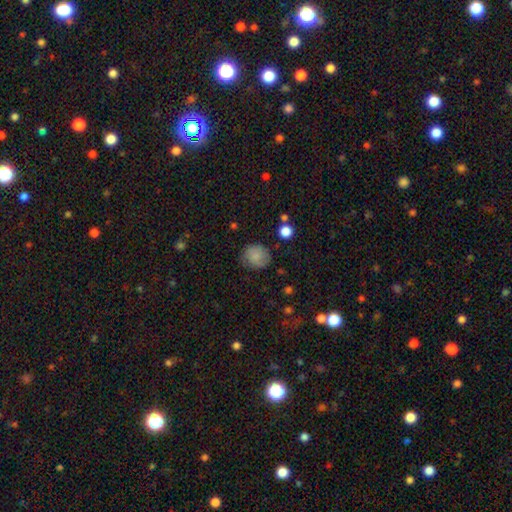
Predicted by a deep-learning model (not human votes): Overall: smooth (82%). How rounded: round (78%). Merging: none (72%).